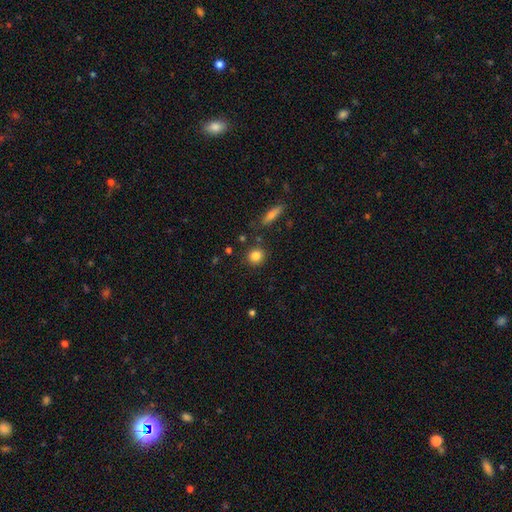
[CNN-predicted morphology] A smooth galaxy with no disk features (83%) that is round (85%).

Vote fractions:
- Smooth or featured? smooth: 83% / star or artifact: 10% / featured or disk: 7%
- How rounded? round: 85% / in between: 13% / cigar-shaped: 2%
- Merging? none: 85% / minor disturbance: 8% / merger: 4% / major disturbance: 3%